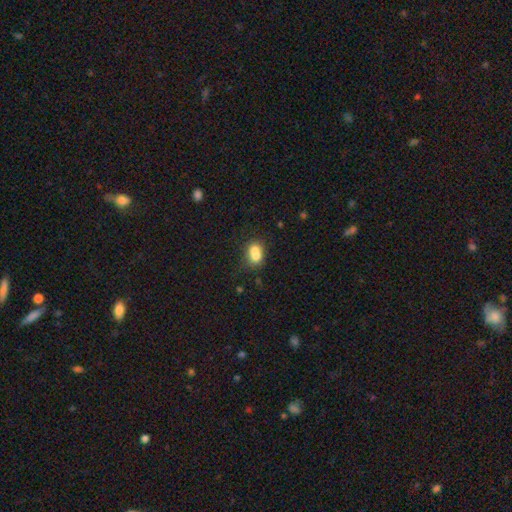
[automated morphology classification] A smooth galaxy with no disk features (75%) that is in between round and cigar-shaped (66%).

Vote fractions:
- Smooth or featured? smooth: 75% / featured or disk: 15% / star or artifact: 10%
- How rounded? in between: 66% / round: 32% / cigar-shaped: 2%
- Merging? merger: 48% / none: 34% / minor disturbance: 14% / major disturbance: 5%